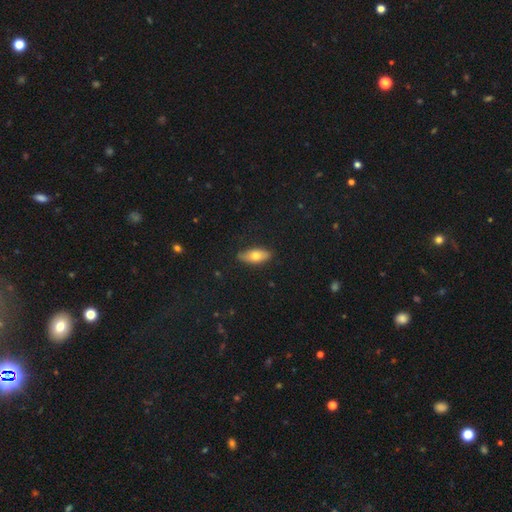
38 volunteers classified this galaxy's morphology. Q: Smooth or featured?
A: smooth (63%); runner-up: featured or disk (32%)
Q: How rounded?
A: in between (88%); runner-up: cigar-shaped (8%)
Q: Merging?
A: none (83%); runner-up: minor disturbance (11%)